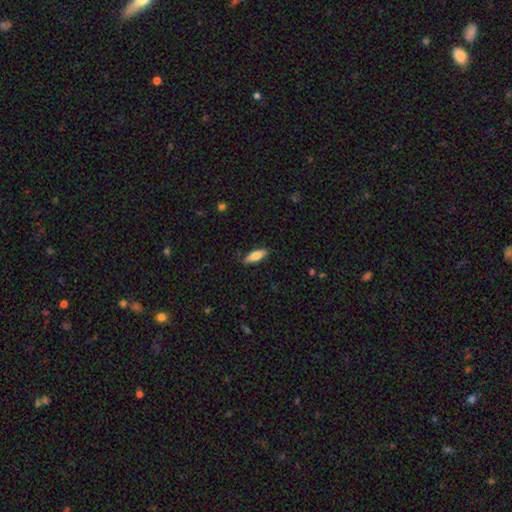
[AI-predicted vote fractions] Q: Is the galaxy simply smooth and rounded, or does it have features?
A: smooth — 79%.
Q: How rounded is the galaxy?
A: in between — 61%.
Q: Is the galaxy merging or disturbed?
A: none — 86%.